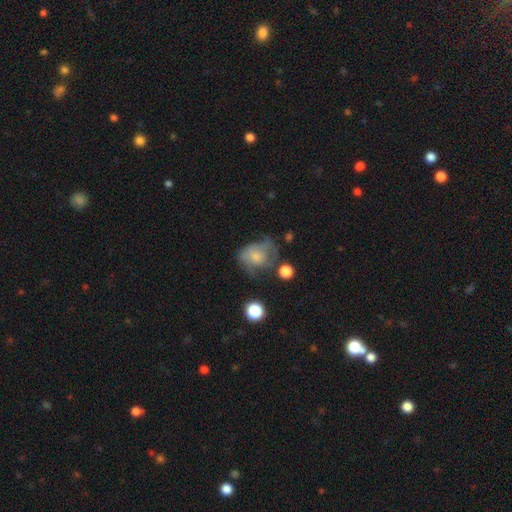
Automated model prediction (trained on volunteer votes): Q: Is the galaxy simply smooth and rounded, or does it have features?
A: smooth — 57%.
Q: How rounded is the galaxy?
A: in between — 52%.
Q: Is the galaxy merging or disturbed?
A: major disturbance — 33%.